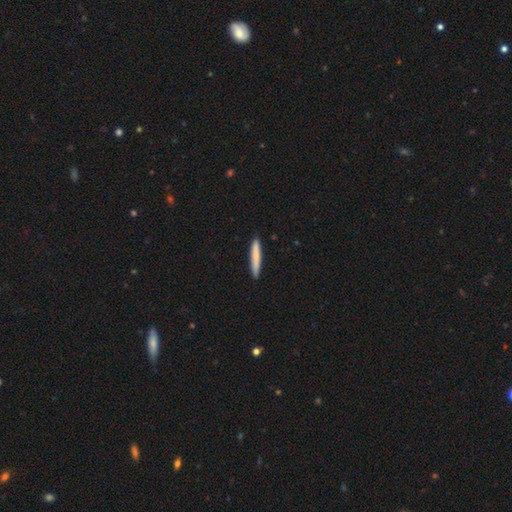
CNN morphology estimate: The model was most divided on "smooth or featured": smooth: 78%, featured or disk: 17%, star or artifact: 6%. More confident: how rounded — cigar-shaped (95%); merging — none (90%).